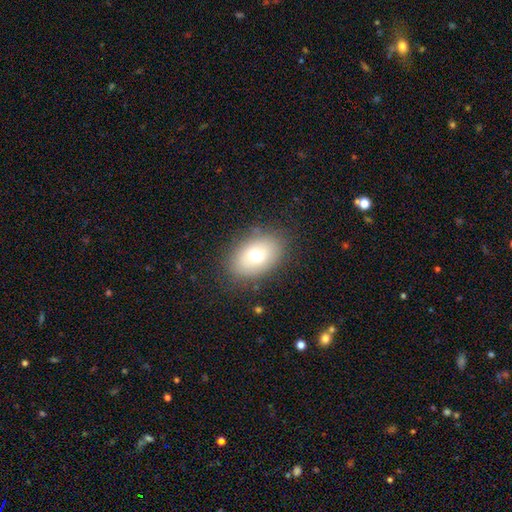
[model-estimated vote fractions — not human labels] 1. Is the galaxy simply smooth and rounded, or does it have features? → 69% smooth, 20% featured or disk, 11% star or artifact.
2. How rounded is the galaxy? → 78% in between, 21% round, 1% cigar-shaped.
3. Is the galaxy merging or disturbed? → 80% none, 13% minor disturbance, 5% major disturbance, 1% merger.